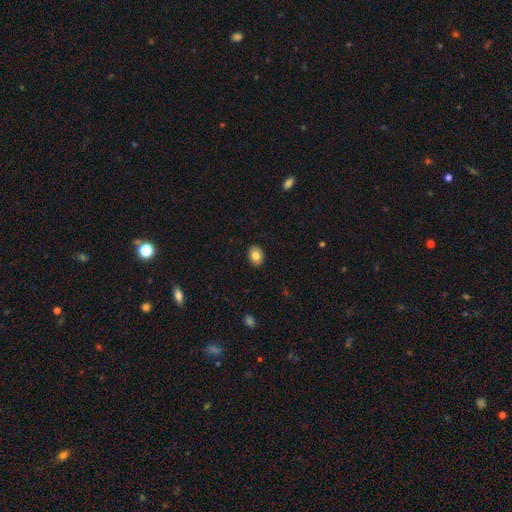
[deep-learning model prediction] This appears to be a smooth galaxy with no disk features (81%) that is in between round and cigar-shaped (61%). Merging: none (90%).